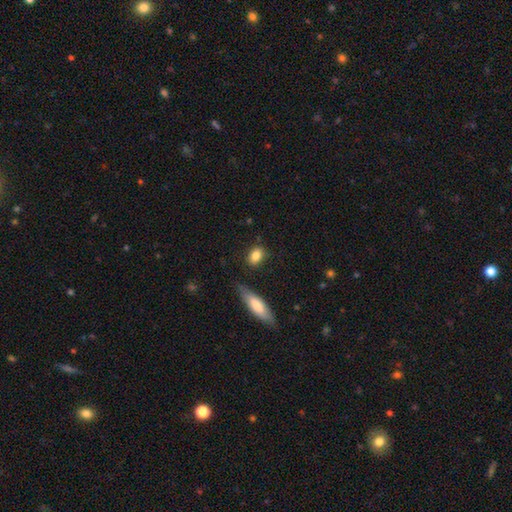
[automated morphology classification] Smooth or featured?
  - smooth: 83% *
  - featured or disk: 9%
  - star or artifact: 8%
How rounded?
  - in between: 69% *
  - round: 25%
  - cigar-shaped: 5%
Merging?
  - none: 82% *
  - minor disturbance: 12%
  - merger: 3%
  - major disturbance: 3%